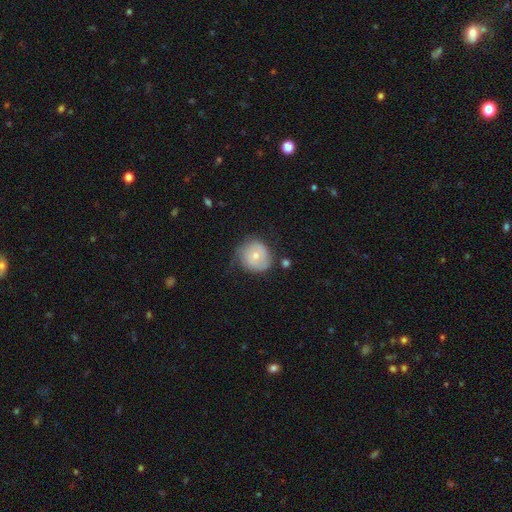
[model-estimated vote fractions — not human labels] smooth_or_featured: smooth (p=0.58) [alt: featured or disk p=0.35]
how_rounded: round (p=0.84) [alt: in between p=0.15]
merging: none (p=0.53) [alt: minor disturbance p=0.32]